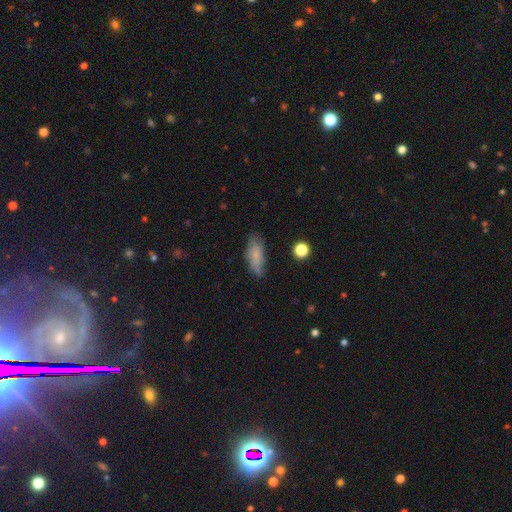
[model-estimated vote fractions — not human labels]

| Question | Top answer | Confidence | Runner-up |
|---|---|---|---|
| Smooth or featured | smooth | 74% | featured or disk (18%) |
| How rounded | in between | 78% | cigar-shaped (19%) |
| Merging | none | 66% | minor disturbance (25%) |